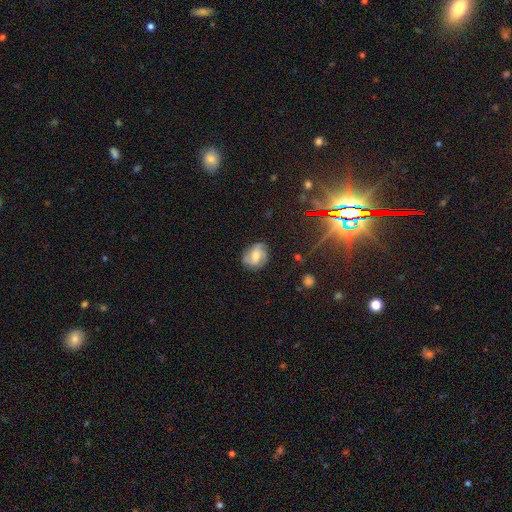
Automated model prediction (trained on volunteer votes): A featured or disk galaxy (57%) with no bar (49%), spiral arms (91%) and a moderate central bulge (47%). Merging: none (74%).